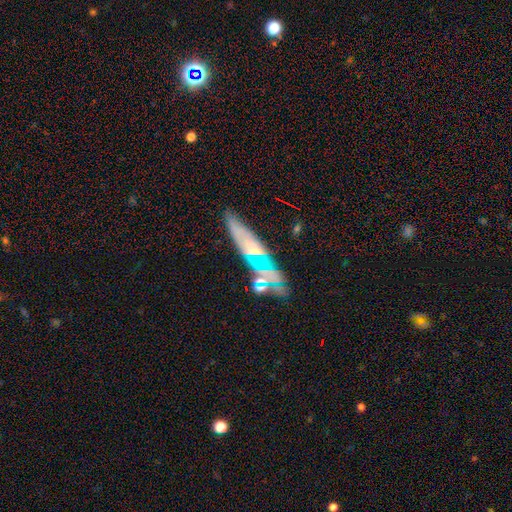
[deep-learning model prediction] Smooth or featured?
  - featured or disk: 56% *
  - smooth: 27%
  - star or artifact: 18%
Edge-on disk?
  - no: 51% *
  - yes: 49%
Merging?
  - none: 68% *
  - minor disturbance: 16%
  - merger: 10%
  - major disturbance: 6%